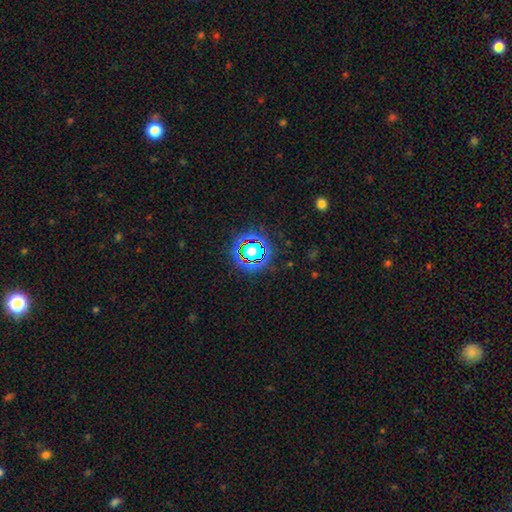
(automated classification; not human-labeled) Smooth or featured? star or artifact (59%)